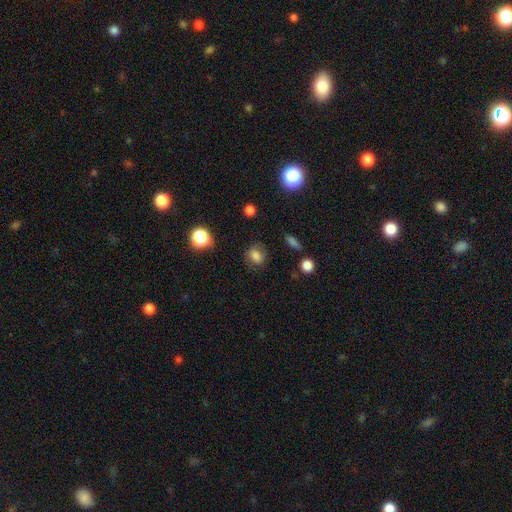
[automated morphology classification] smooth 77%, star or artifact 13%, featured or disk 10%. Down the decision tree: how rounded — in between (51%); merging — none (76%).